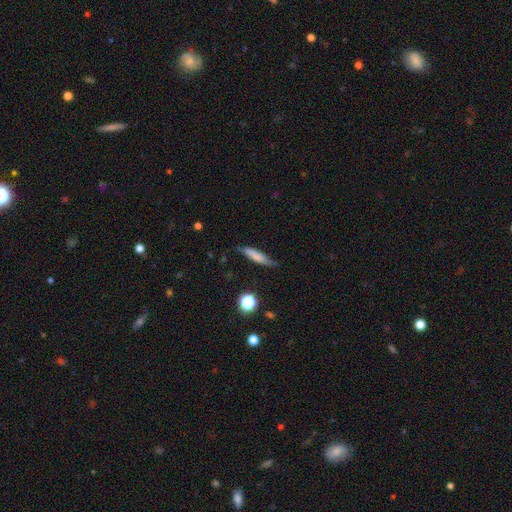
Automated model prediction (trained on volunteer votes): A smooth galaxy with no disk features (70%) that is cigar-shaped (79%). Merging: none (69%).